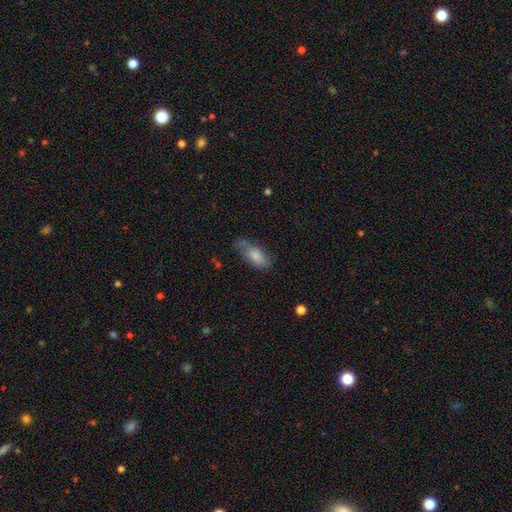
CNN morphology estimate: This appears to be a smooth galaxy with no disk features (78%) that is in between round and cigar-shaped (85%). Merging: none (50%).